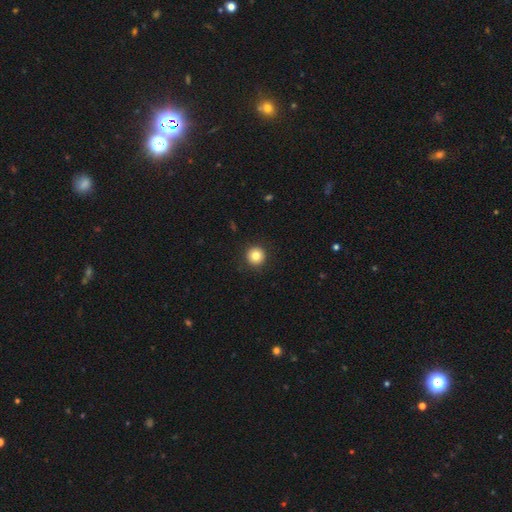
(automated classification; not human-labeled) Morphology: type=smooth (82%); roundness=round (96%); merging=none (92%).